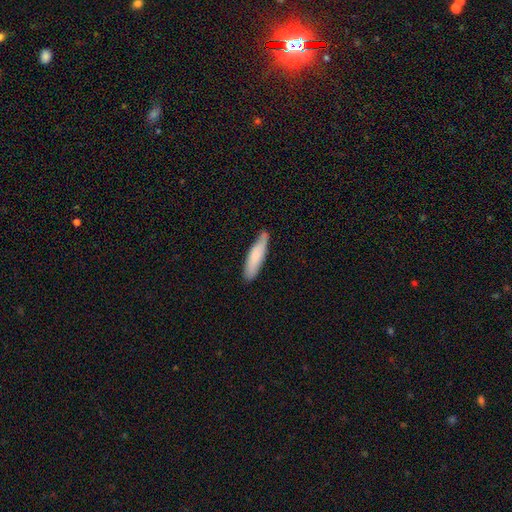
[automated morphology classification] A smooth galaxy with no disk features (77%) that is cigar-shaped (74%). Merging: none (74%).